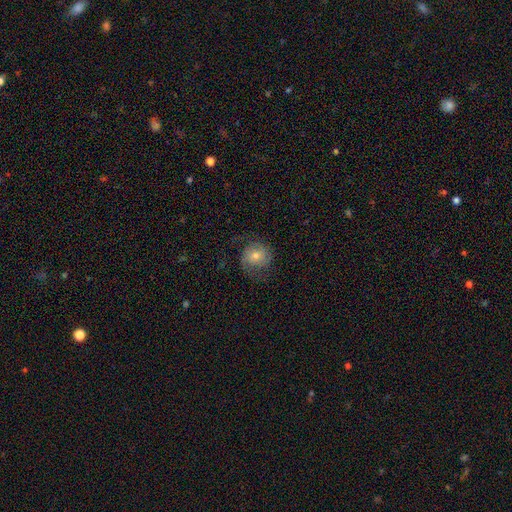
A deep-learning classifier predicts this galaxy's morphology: A featured or disk galaxy (50%).

Vote fractions:
- Smooth or featured? featured or disk: 50% / smooth: 41% / star or artifact: 8%
- Edge-on disk? no: 97% / yes: 3%
- Merging? none: 61% / minor disturbance: 20% / major disturbance: 18% / merger: 1%